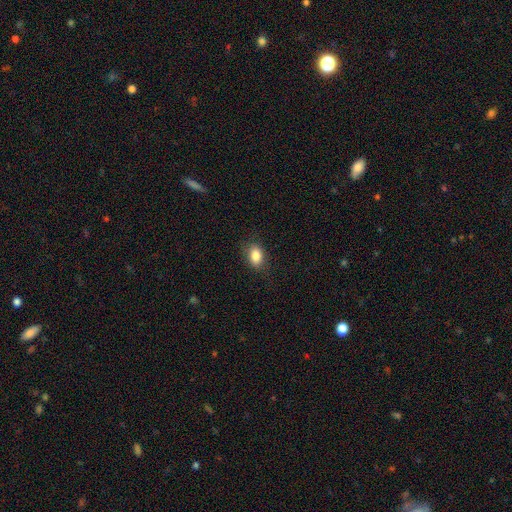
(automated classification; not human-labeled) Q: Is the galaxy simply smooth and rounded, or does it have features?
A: smooth — 85%.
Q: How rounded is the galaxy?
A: in between — 81%.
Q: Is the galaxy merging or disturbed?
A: none — 81%.